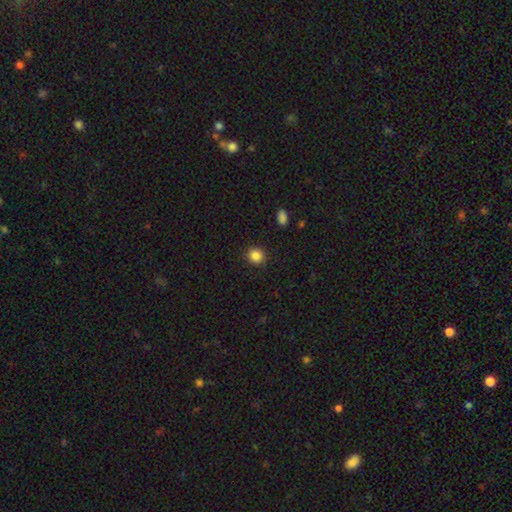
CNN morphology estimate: This is clearly a smooth galaxy (85%). How rounded: clearly round (86%). Merging: clearly none (91%).